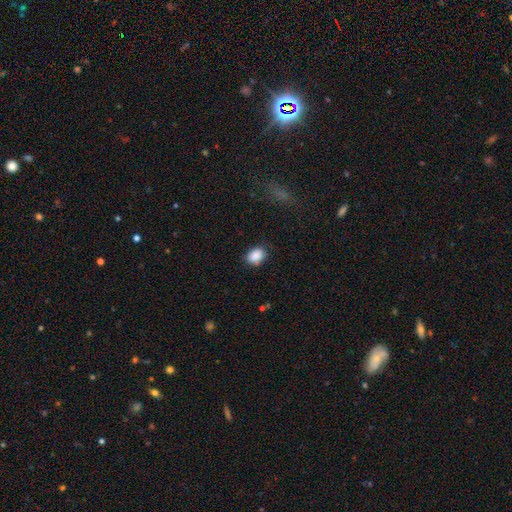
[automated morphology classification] Overall: smooth (88%). How rounded: in between (64%; round 35%). Merging: none (77%).